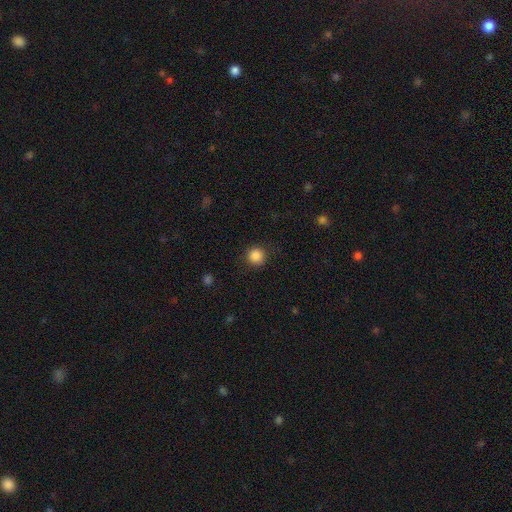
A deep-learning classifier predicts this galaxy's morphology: Smooth or featured?
  - smooth: 87% *
  - star or artifact: 10%
  - featured or disk: 3%
How rounded?
  - round: 94% *
  - in between: 5%
  - cigar-shaped: 1%
Merging?
  - none: 88% *
  - minor disturbance: 8%
  - major disturbance: 3%
  - merger: 1%